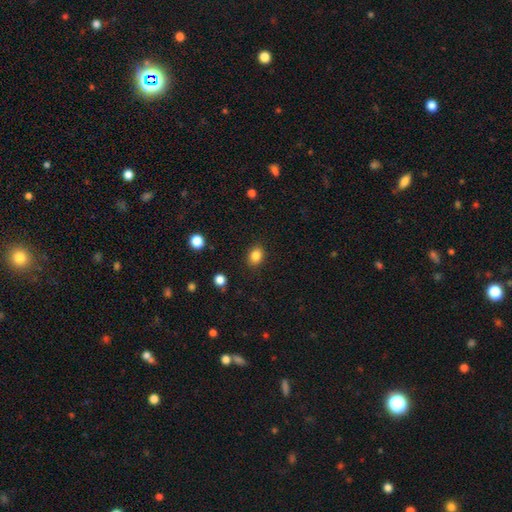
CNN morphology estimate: The model was most divided on "how rounded": in between: 55%, round: 44%, cigar-shaped: 1%. More confident: merging — none (88%); smooth or featured — smooth (84%).